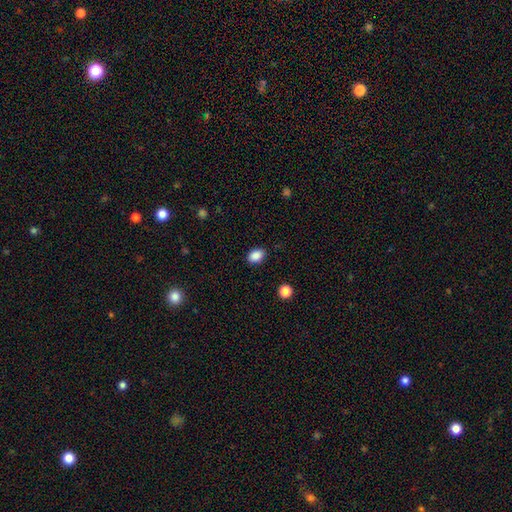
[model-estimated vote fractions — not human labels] Smooth or featured?
  - smooth: 88% *
  - star or artifact: 9%
  - featured or disk: 3%
How rounded?
  - in between: 76% *
  - round: 23%
  - cigar-shaped: 1%
Merging?
  - none: 87% *
  - minor disturbance: 9%
  - major disturbance: 2%
  - merger: 1%